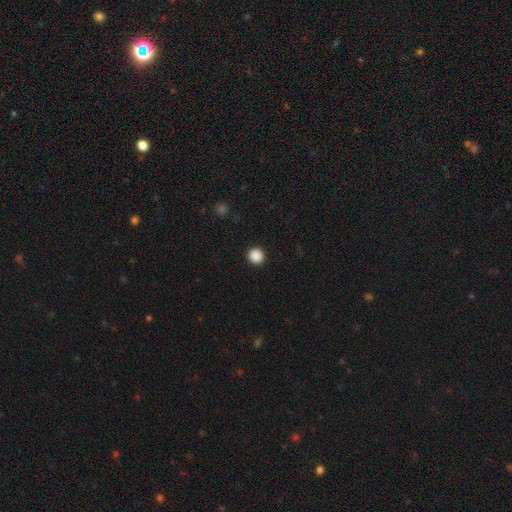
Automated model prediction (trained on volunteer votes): Smooth or featured?
  - smooth: 89% *
  - star or artifact: 9%
  - featured or disk: 2%
How rounded?
  - round: 96% *
  - in between: 3%
  - cigar-shaped: 1%
Merging?
  - none: 94% *
  - minor disturbance: 4%
  - major disturbance: 2%
  - merger: 1%